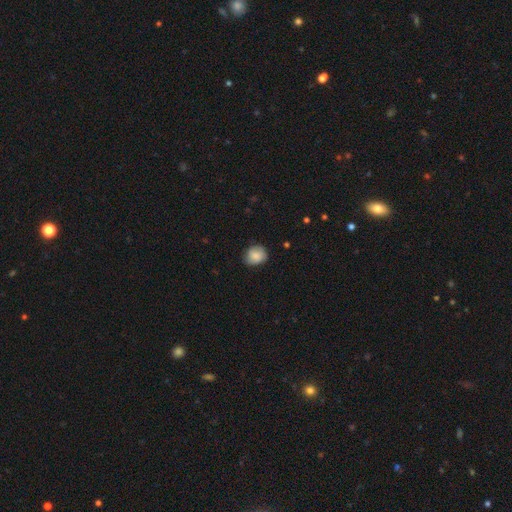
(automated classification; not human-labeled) Smooth or featured: smooth — 83% (featured or disk — 10%)
How rounded: round — 69% (in between — 30%)
Merging: none — 75% (minor disturbance — 21%)